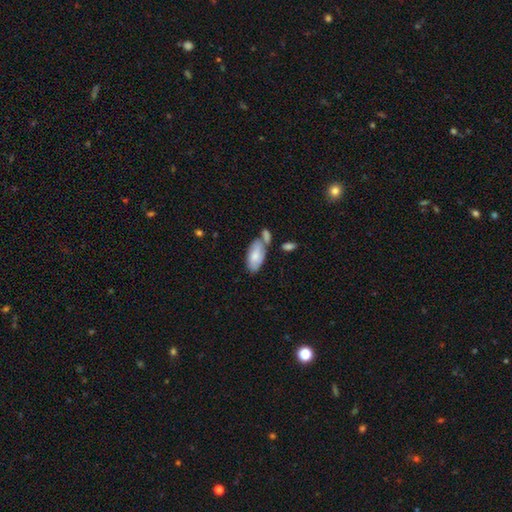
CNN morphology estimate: Smooth or featured: smooth — 69% (featured or disk — 25%)
How rounded: in between — 91% (cigar-shaped — 7%)
Merging: none — 45% (merger — 29%)